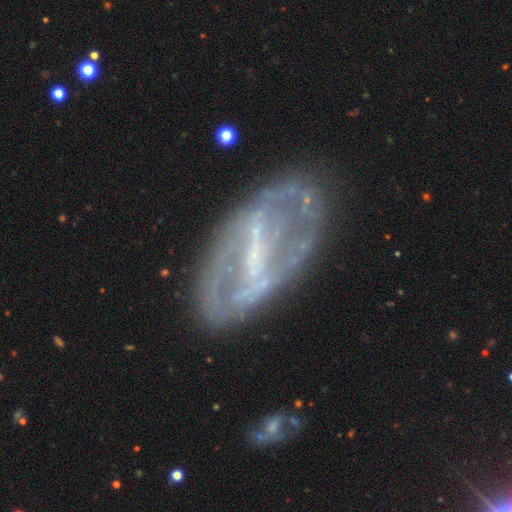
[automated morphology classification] This is likely a featured or disk galaxy (79%). It is clearly not viewed edge-on (92%). Bar: possibly strong (57%). Spiral arm pattern: possibly yes (56%). Central bulge: possibly small (45%). Merging: likely none (68%).